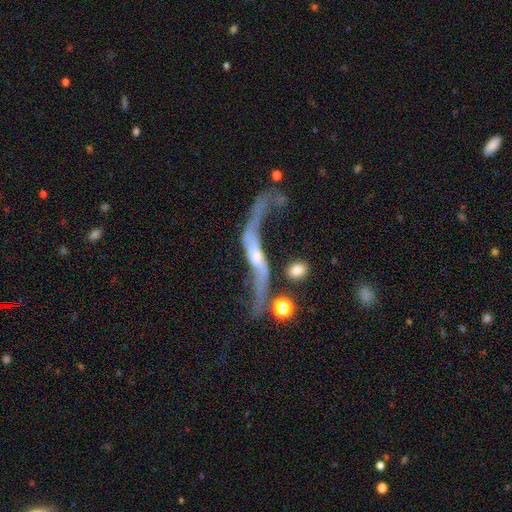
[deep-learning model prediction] smooth_or_featured: featured or disk (p=0.81) [alt: smooth p=0.11]
disk_edge_on: no (p=0.68) [alt: yes p=0.32]
bar: no (p=0.45) [alt: weak p=0.31]
has_spiral_arms: yes (p=0.84) [alt: no p=0.16]
bulge_size: small (p=0.45) [alt: moderate p=0.30]
merging: none (p=0.34) [alt: major disturbance p=0.31]